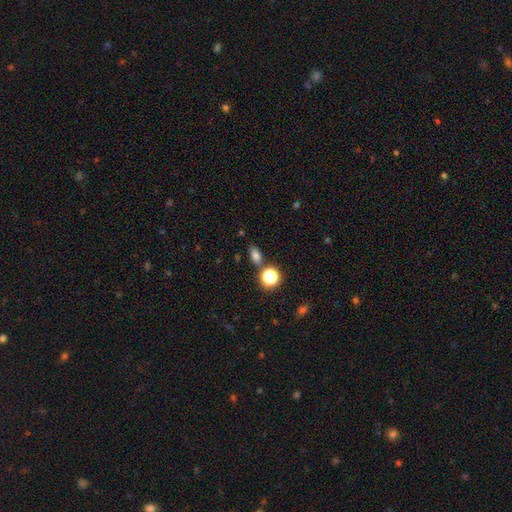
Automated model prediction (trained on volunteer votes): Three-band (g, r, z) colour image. It shows a smooth galaxy with no disk features (73%) that is in between round and cigar-shaped (74%). Merging: none (77%).